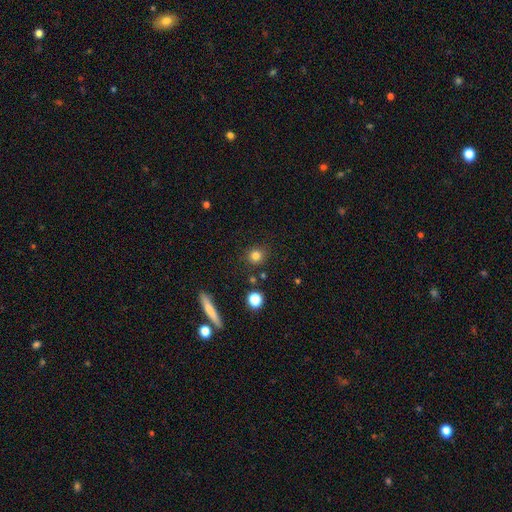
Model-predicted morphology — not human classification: Q: Smooth or featured?
A: smooth (80%); runner-up: star or artifact (13%)
Q: How rounded?
A: round (85%); runner-up: in between (13%)
Q: Merging?
A: none (86%); runner-up: minor disturbance (8%)